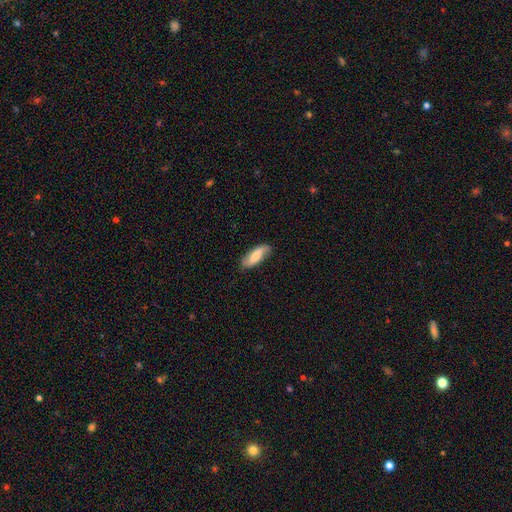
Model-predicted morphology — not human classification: Smooth or featured?
  - smooth: 53% *
  - featured or disk: 41%
  - star or artifact: 7%
How rounded?
  - in between: 65% *
  - cigar-shaped: 33%
  - round: 3%
Merging?
  - none: 81% *
  - minor disturbance: 14%
  - major disturbance: 3%
  - merger: 1%